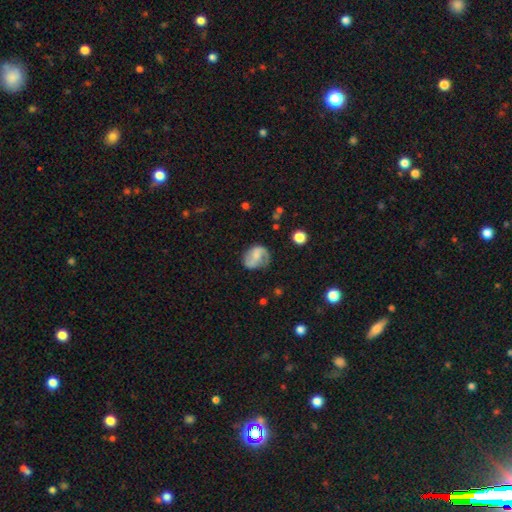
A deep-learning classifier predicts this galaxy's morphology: smooth-or-featured: featured or disk: 60% | smooth: 32% | star or artifact: 8%
  disk-edge-on: no: 97% | yes: 3%
    bar: weak: 42% | no: 39% | strong: 19%
    has-spiral-arms: yes: 85% | no: 15%
    bulge-size: small: 34% | none: 32% | moderate: 26% | large: 6% | dominant: 2%
  merging: none: 60% | minor disturbance: 24% | major disturbance: 13% | merger: 2%